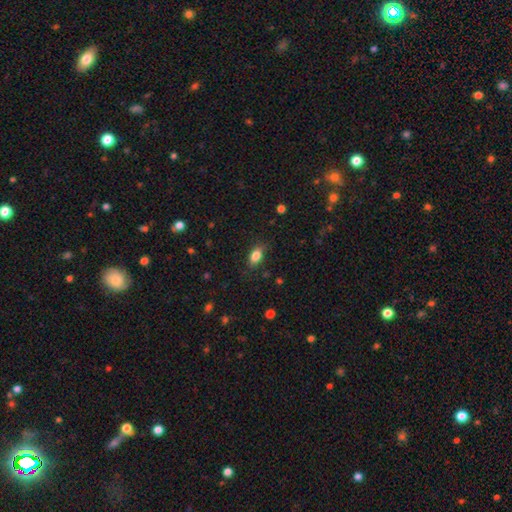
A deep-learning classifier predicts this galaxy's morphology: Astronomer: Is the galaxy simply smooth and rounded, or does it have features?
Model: smooth — 84%.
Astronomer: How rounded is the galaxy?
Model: in between — 86%.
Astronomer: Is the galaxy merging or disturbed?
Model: none — 82%.